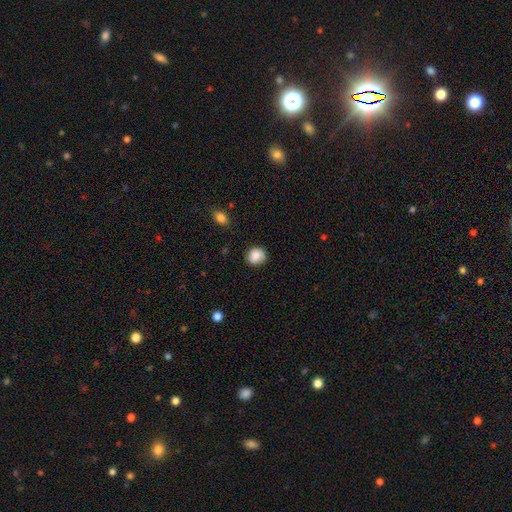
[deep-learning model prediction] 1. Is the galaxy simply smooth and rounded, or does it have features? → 82% smooth, 9% featured or disk, 8% star or artifact.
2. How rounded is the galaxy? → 77% round, 22% in between, 1% cigar-shaped.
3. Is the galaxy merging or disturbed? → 75% none, 18% minor disturbance, 4% major disturbance, 2% merger.